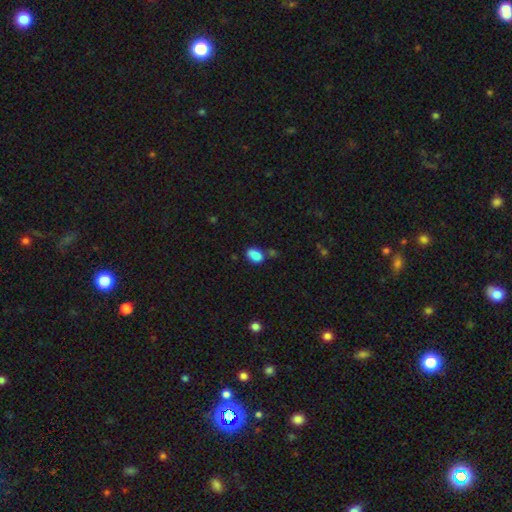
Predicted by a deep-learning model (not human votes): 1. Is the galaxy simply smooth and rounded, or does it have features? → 85% smooth, 9% star or artifact, 7% featured or disk.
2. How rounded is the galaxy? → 87% in between, 10% round, 2% cigar-shaped.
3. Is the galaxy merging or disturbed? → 61% none, 21% minor disturbance, 14% merger, 5% major disturbance.